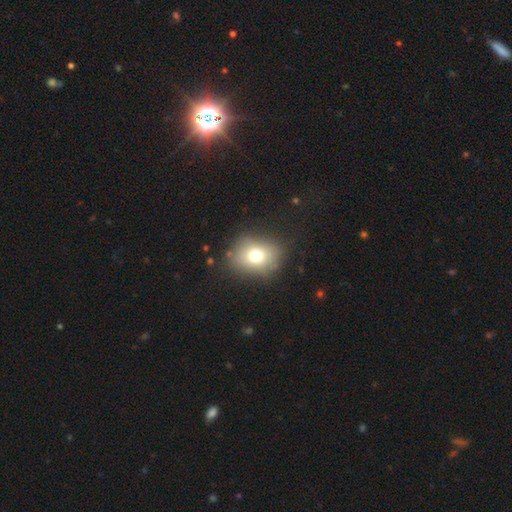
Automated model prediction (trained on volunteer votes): Overall: smooth (73%). How rounded: in between (50%; round 49%). Merging: none (81%).